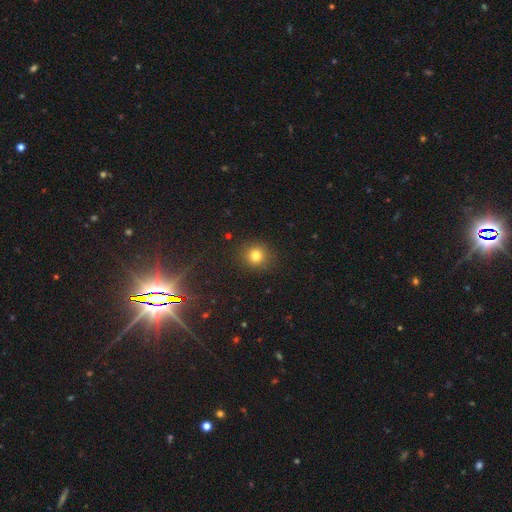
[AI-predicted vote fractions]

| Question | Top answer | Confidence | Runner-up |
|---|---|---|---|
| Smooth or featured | smooth | 79% | star or artifact (15%) |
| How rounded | round | 90% | in between (9%) |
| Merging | none | 89% | minor disturbance (7%) |